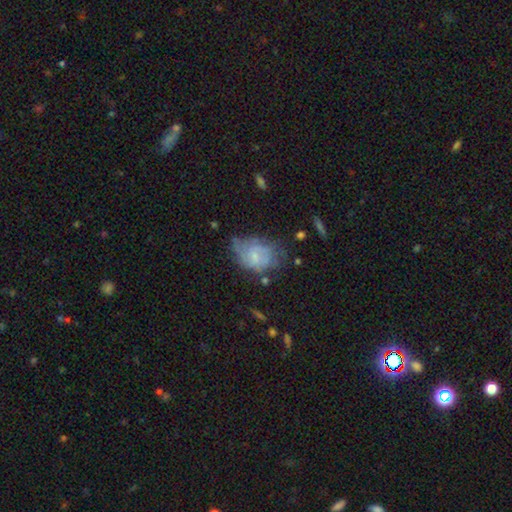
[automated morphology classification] Smooth or featured? Predicted: featured or disk (p=0.49). Merging? Predicted: none (p=0.37).